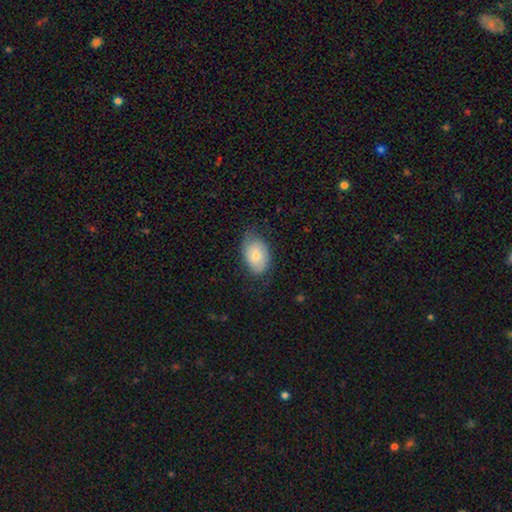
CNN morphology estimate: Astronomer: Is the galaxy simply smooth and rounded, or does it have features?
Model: smooth — 73%.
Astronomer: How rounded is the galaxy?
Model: in between — 87%.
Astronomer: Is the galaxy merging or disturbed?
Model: none — 67%.